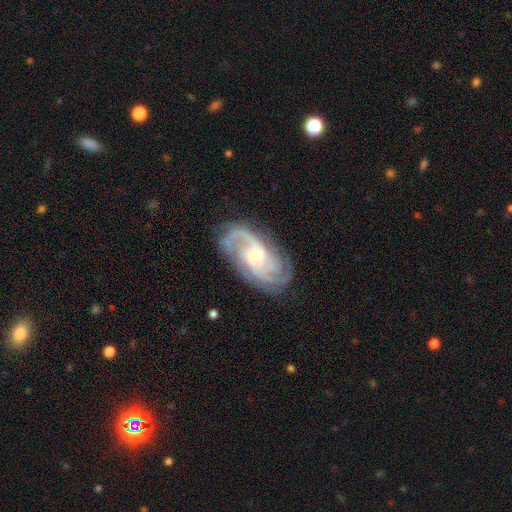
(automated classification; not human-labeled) Smooth or featured: featured or disk — 89% (smooth — 6%)
Edge-on disk: no — 96% (yes — 4%)
Bar: no — 51% (weak — 39%)
Spiral arms: yes — 98% (no — 2%)
Spiral winding: tight — 46% (medium — 43%)
Spiral arm count: 2 — 30% (tied with 3 — 30%)
Bulge size: small — 52% (moderate — 42%)
Merging: none — 77% (minor disturbance — 16%)